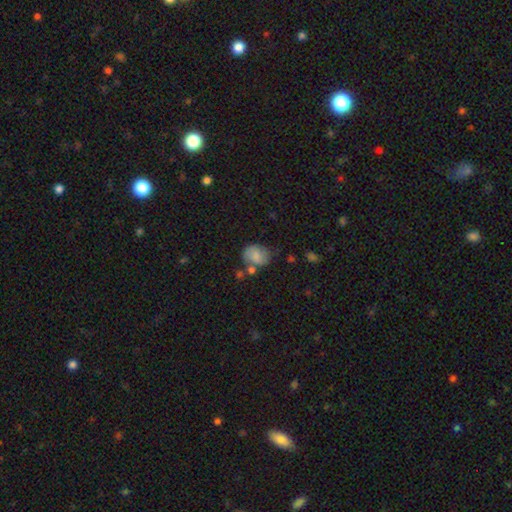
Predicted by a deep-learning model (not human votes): Smooth or featured? Predicted: smooth (p=0.74). How rounded? Predicted: in between (p=0.50). Merging? Predicted: none (p=0.53).